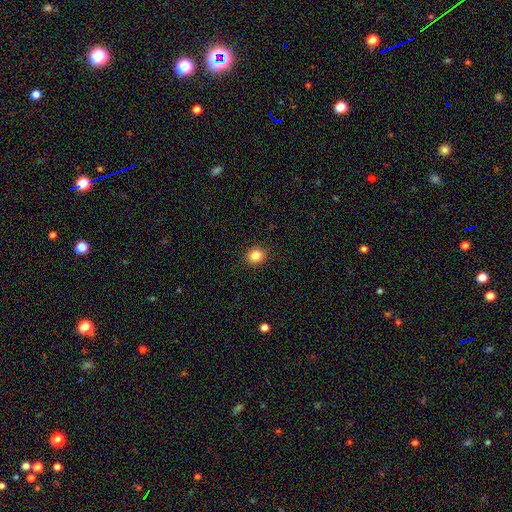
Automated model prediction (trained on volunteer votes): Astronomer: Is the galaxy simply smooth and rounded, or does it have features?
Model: smooth — 85%.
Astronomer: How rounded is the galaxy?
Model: round — 72%.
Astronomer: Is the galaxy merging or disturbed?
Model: none — 91%.